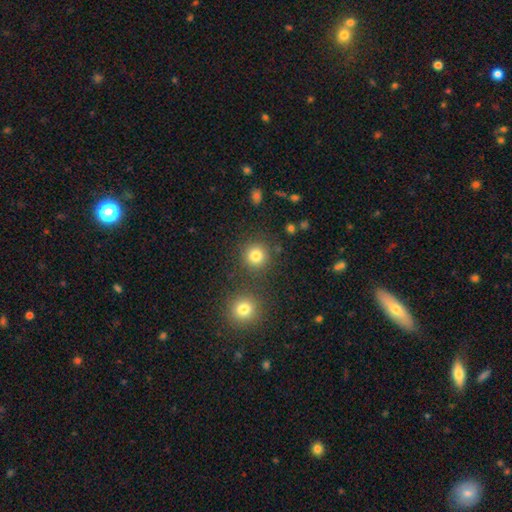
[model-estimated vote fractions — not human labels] Overall: smooth (82%). How rounded: round (92%). Merging: none (82%).